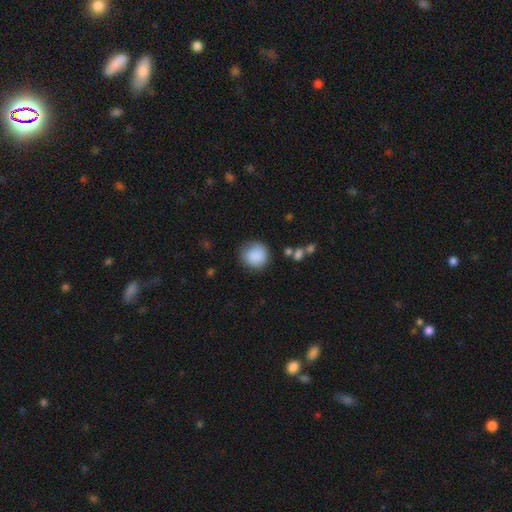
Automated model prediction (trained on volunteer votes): This appears to be a smooth galaxy with no disk features (88%) that is round (91%). Merging: none (78%).